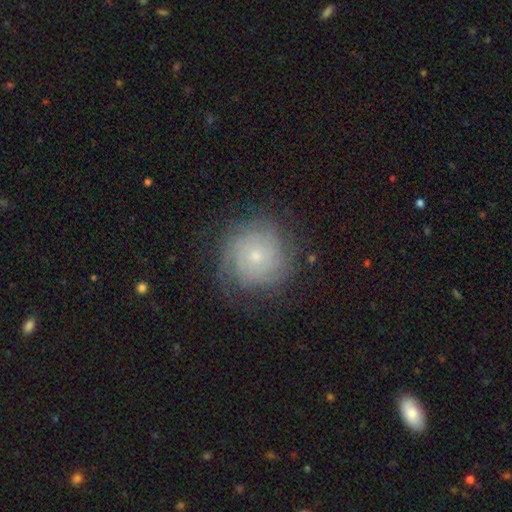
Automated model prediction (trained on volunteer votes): Smooth or featured: featured or disk — 68% (smooth — 23%)
Edge-on disk: no — 98% (yes — 2%)
Bar: no — 82% (weak — 15%)
Spiral arms: yes — 92% (no — 8%)
Spiral winding: tight — 75% (medium — 19%)
Spiral arm count: can't tell — 46% (3 — 15%)
Bulge size: small — 69% (moderate — 26%)
Merging: none — 77% (minor disturbance — 15%)